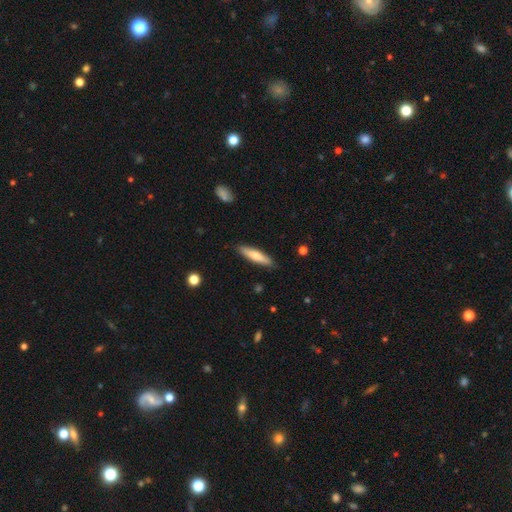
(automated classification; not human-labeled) Smooth or featured?
  - smooth: 64% *
  - featured or disk: 30%
  - star or artifact: 6%
How rounded?
  - cigar-shaped: 81% *
  - in between: 17%
  - round: 1%
Merging?
  - none: 88% *
  - minor disturbance: 9%
  - major disturbance: 2%
  - merger: 1%